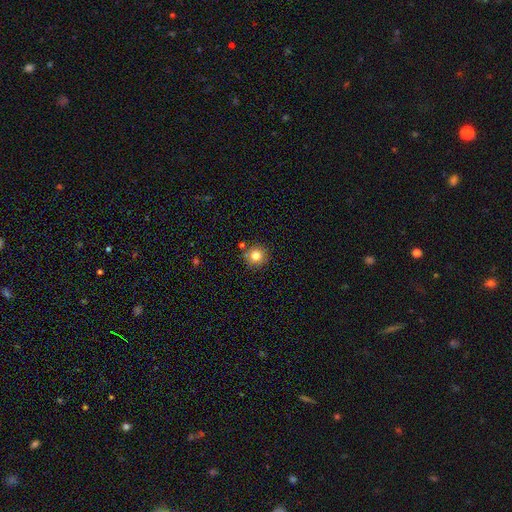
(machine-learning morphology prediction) The model was most divided on "smooth or featured": smooth: 80%, star or artifact: 12%, featured or disk: 8%. More confident: how rounded — round (93%); merging — none (82%).